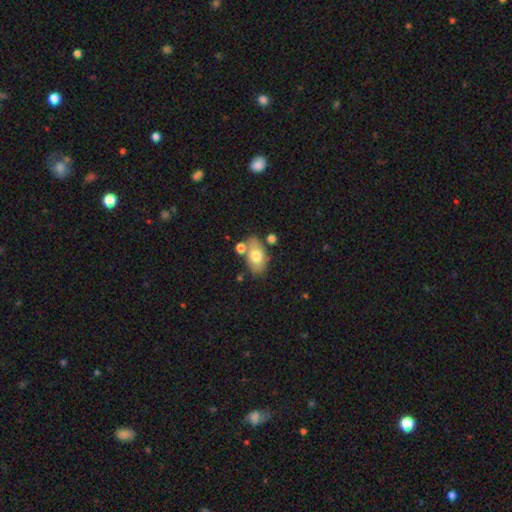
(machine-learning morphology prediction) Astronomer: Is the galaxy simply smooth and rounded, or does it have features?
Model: smooth — 72%.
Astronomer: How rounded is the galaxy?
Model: in between — 89%.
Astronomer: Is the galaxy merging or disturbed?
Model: none — 67%.